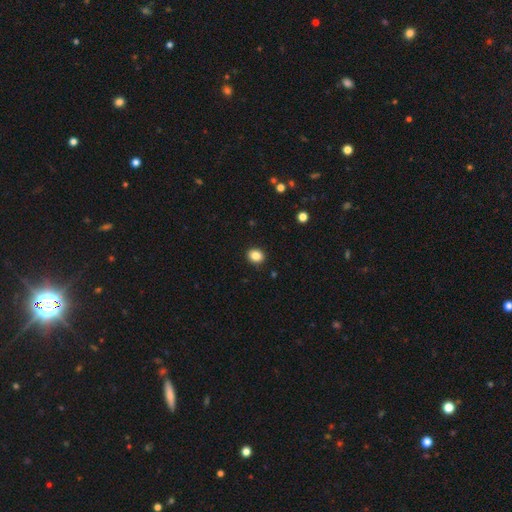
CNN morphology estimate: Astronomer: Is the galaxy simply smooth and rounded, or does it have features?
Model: smooth — 85%.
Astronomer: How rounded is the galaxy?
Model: round — 61% (runner-up: in between, 38%).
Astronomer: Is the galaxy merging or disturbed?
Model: none — 91%.